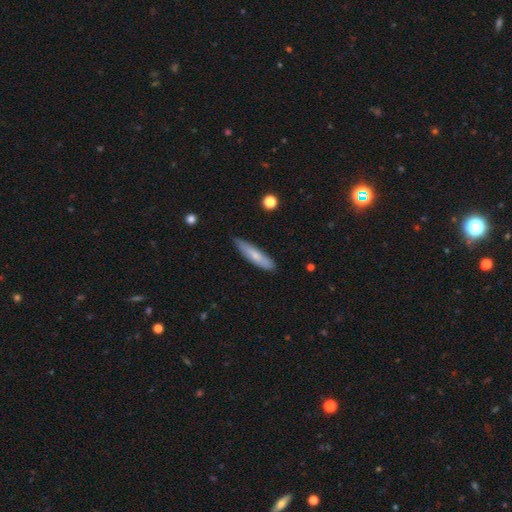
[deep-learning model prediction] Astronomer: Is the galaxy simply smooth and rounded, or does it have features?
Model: smooth — 69%.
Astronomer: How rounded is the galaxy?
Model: cigar-shaped — 79%.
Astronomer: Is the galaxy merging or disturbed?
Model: none — 78%.